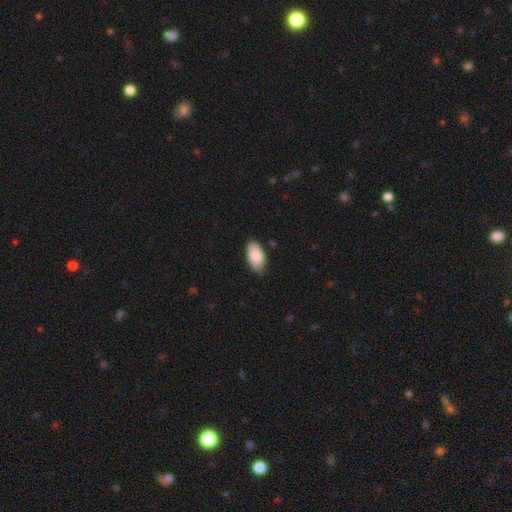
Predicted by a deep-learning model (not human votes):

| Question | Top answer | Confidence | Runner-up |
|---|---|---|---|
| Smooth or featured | smooth | 86% | featured or disk (9%) |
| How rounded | in between | 95% | cigar-shaped (3%) |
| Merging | none | 75% | minor disturbance (21%) |